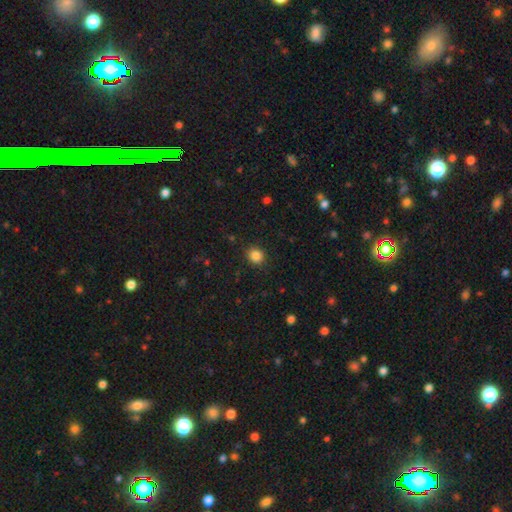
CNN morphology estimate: Overall: smooth (85%). How rounded: round (74%). Merging: none (89%).